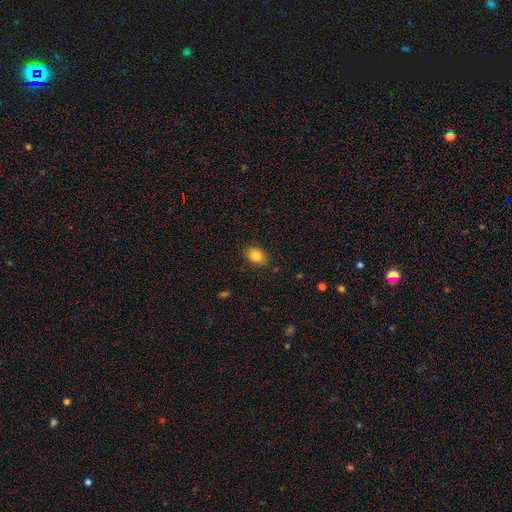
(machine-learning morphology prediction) smooth-or-featured: smooth: 84% | star or artifact: 9% | featured or disk: 7%
  how-rounded: in between: 73% | round: 25% | cigar-shaped: 1%
  merging: none: 85% | minor disturbance: 12% | major disturbance: 3% | merger: 1%